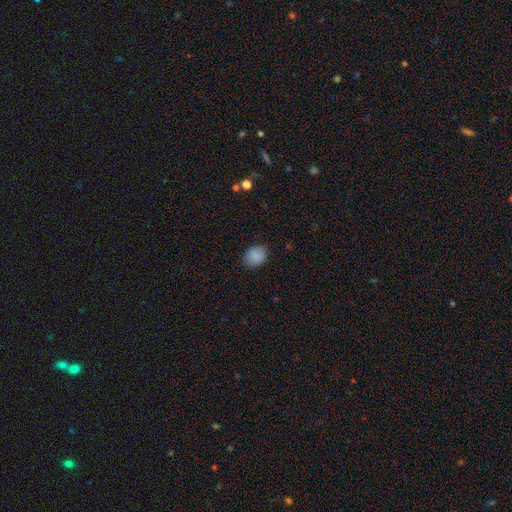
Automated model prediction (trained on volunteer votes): The model was most divided on "how rounded": round: 56%, in between: 44%, cigar-shaped: 1%. More confident: smooth or featured — smooth (87%); merging — none (84%).